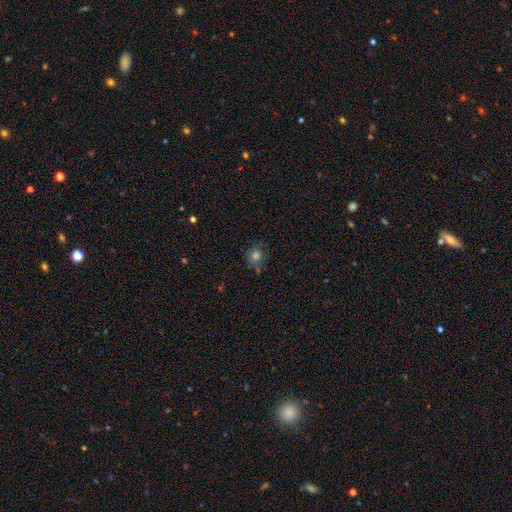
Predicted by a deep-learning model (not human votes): This appears to be a smooth galaxy with no disk features (76%) that is round (83%). Merging: none (68%).